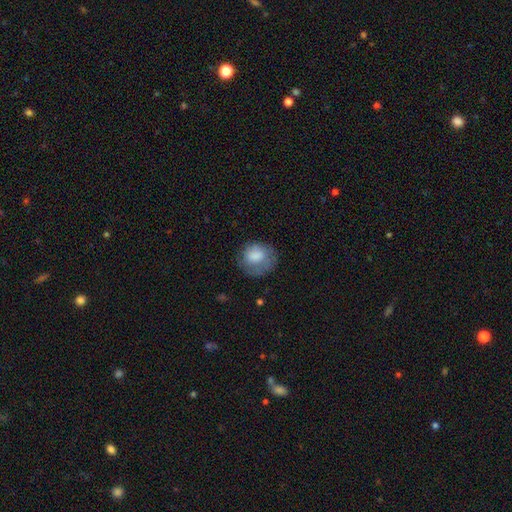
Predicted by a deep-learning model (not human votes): Smooth or featured: smooth — 77% (featured or disk — 15%)
How rounded: round — 70% (in between — 29%)
Merging: none — 57% (minor disturbance — 26%)